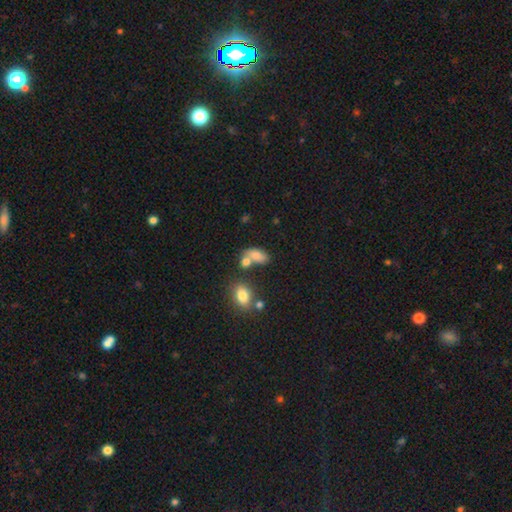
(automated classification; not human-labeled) Smooth or featured? smooth (77%)
How rounded? in between (84%)
Merging? none (39%)